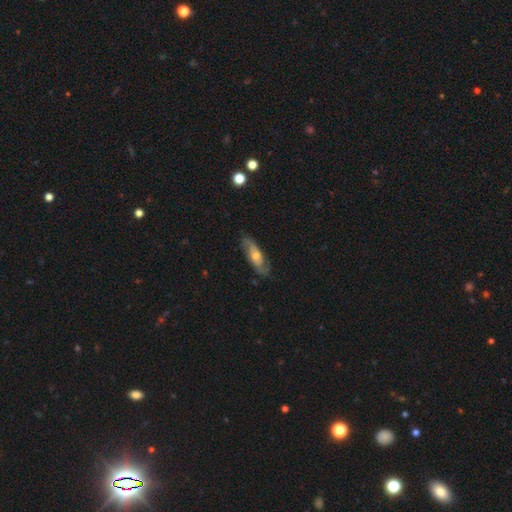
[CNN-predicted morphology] Overall: featured or disk (62%; smooth 32%). Edge-on disk: no (80%). Merging: none (77%).